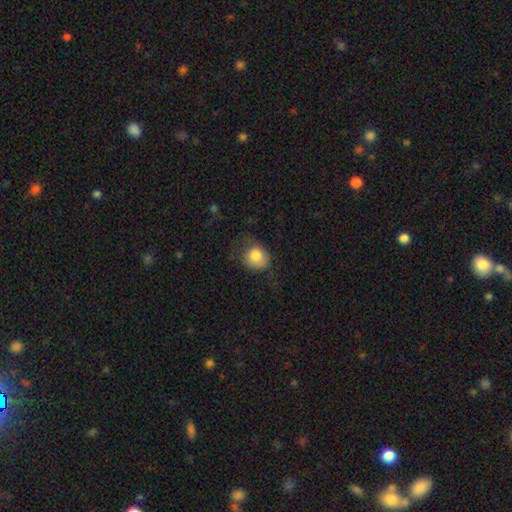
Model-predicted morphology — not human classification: Smooth or featured? smooth (81%)
How rounded? round (73%)
Merging? none (54%)